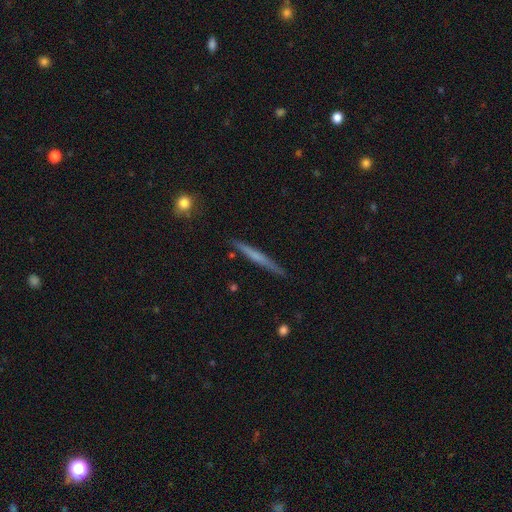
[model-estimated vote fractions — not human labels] Smooth or featured? featured or disk (53%)
Edge-on disk? yes (97%)
Edge-on bulge? none (65%)
Merging? none (89%)